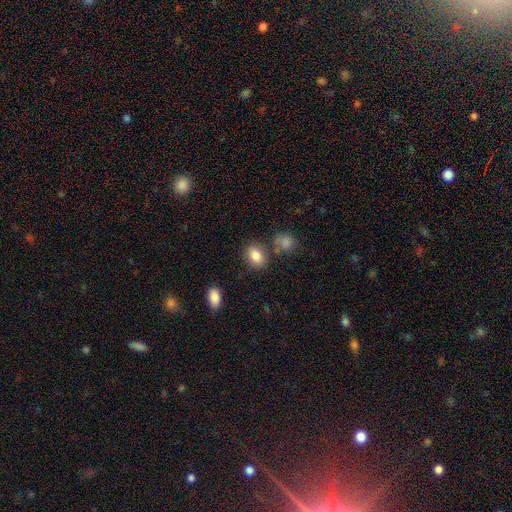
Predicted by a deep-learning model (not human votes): Smooth or featured?
  - smooth: 85% *
  - star or artifact: 9%
  - featured or disk: 6%
How rounded?
  - in between: 75% *
  - round: 24%
  - cigar-shaped: 1%
Merging?
  - none: 74% *
  - minor disturbance: 14%
  - merger: 8%
  - major disturbance: 4%